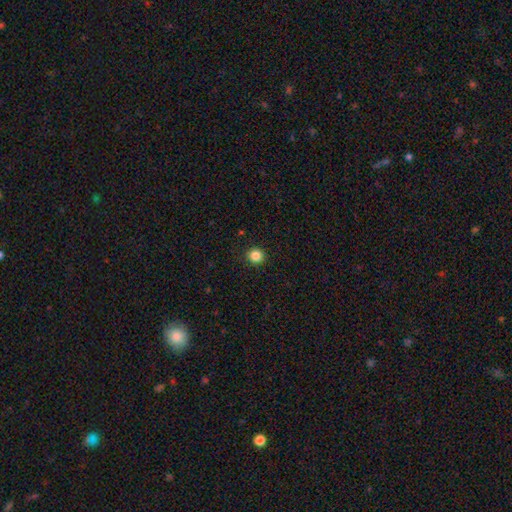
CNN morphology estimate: smooth-or-featured: smooth: 85% | star or artifact: 11% | featured or disk: 4%
  how-rounded: round: 93% | in between: 6% | cigar-shaped: 1%
  merging: none: 92% | minor disturbance: 5% | major disturbance: 2% | merger: 1%